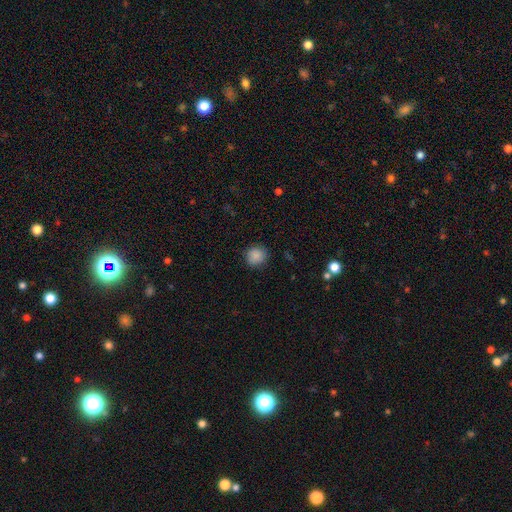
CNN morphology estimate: Smooth or featured?
  - smooth: 88% *
  - star or artifact: 9%
  - featured or disk: 3%
How rounded?
  - round: 90% *
  - in between: 9%
  - cigar-shaped: 1%
Merging?
  - none: 87% *
  - minor disturbance: 10%
  - major disturbance: 3%
  - merger: 1%